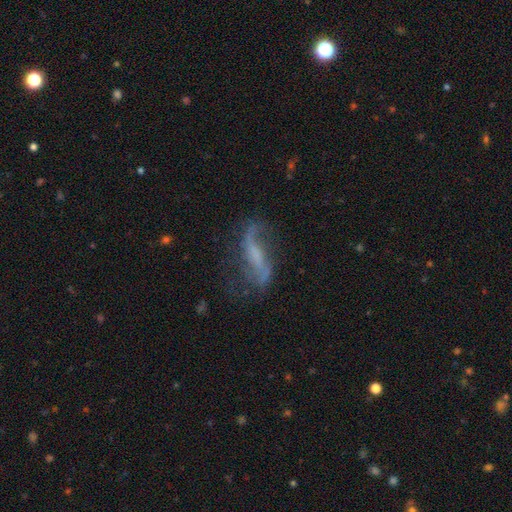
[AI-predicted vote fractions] Smooth or featured?
  - featured or disk: 76% *
  - smooth: 15%
  - star or artifact: 9%
Edge-on disk?
  - no: 89% *
  - yes: 11%
Bar?
  - weak: 38% *
  - strong: 34%
  - no: 28%
Spiral arms?
  - yes: 88% *
  - no: 12%
Spiral winding?
  - loose: 78% *
  - medium: 17%
  - tight: 5%
Spiral arm count?
  - 2: 86% *
  - 1: 6%
  - can't tell: 5%
  - 3: 1%
  - 4: 1%
  - more than 4: 1%
Bulge size?
  - none: 45% *
  - small: 31%
  - moderate: 18%
  - large: 5%
  - dominant: 1%
Merging?
  - none: 59% *
  - minor disturbance: 20%
  - major disturbance: 18%
  - merger: 3%